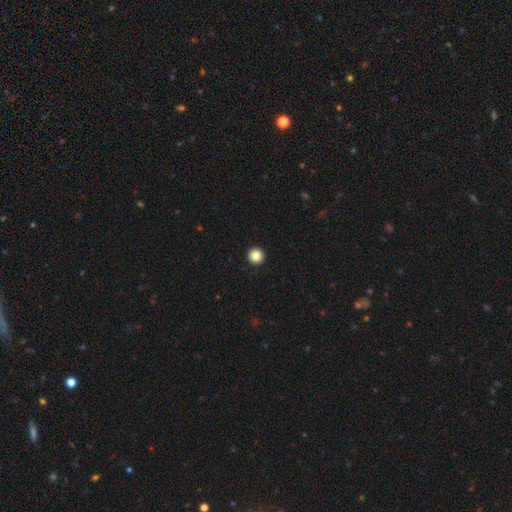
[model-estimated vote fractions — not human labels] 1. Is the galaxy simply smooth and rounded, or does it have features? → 85% smooth, 10% star or artifact, 5% featured or disk.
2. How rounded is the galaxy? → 97% round, 2% in between, 1% cigar-shaped.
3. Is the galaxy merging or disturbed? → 95% none, 3% minor disturbance, 1% major disturbance, 1% merger.